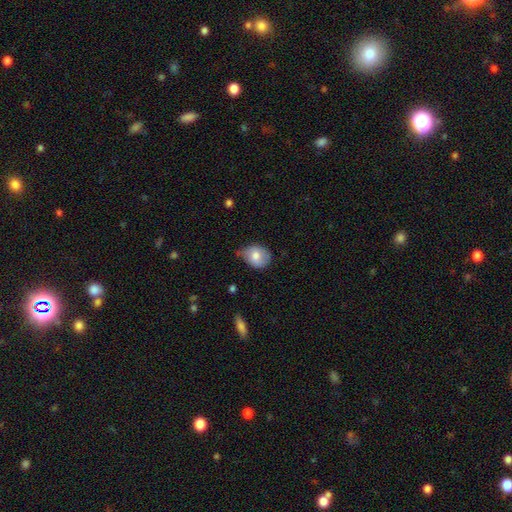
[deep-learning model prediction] smooth 77%, featured or disk 16%, star or artifact 8%. Down the decision tree: how rounded — round (54%); merging — none (53%).